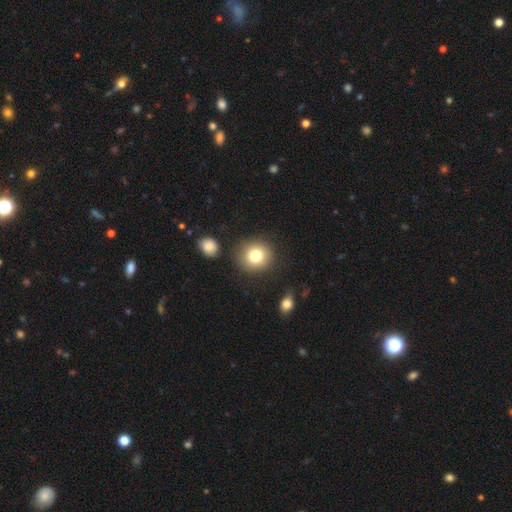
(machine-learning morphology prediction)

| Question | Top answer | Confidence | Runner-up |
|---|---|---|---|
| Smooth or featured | smooth | 80% | star or artifact (10%) |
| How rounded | round | 87% | in between (12%) |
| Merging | none | 84% | minor disturbance (9%) |